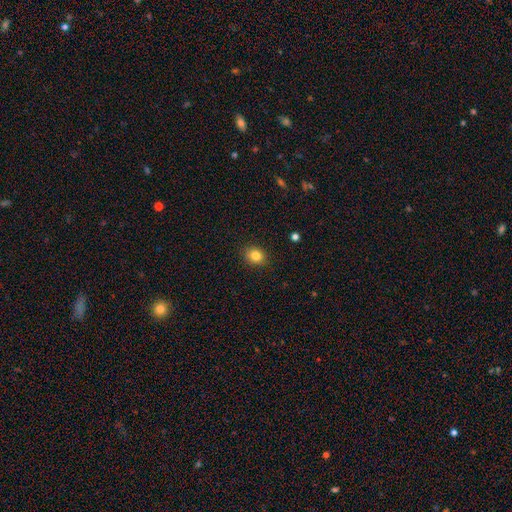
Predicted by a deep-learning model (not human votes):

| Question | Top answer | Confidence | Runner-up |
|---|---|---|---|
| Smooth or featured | smooth | 82% | star or artifact (11%) |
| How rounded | round | 57% | in between (42%) |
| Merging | none | 89% | minor disturbance (8%) |